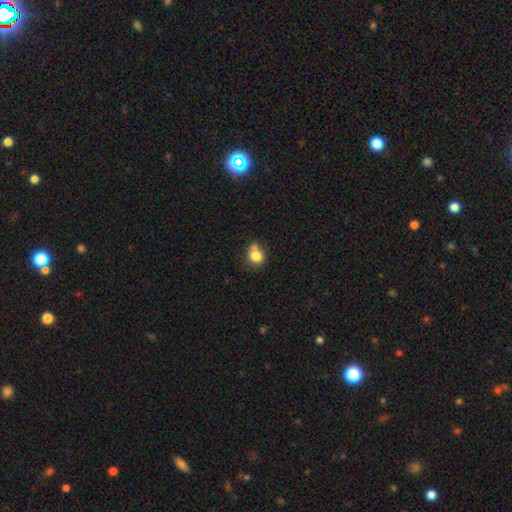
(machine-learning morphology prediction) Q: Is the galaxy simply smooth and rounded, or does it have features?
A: smooth — 80%.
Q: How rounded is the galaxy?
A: round — 69%.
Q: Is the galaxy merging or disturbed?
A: none — 49%.